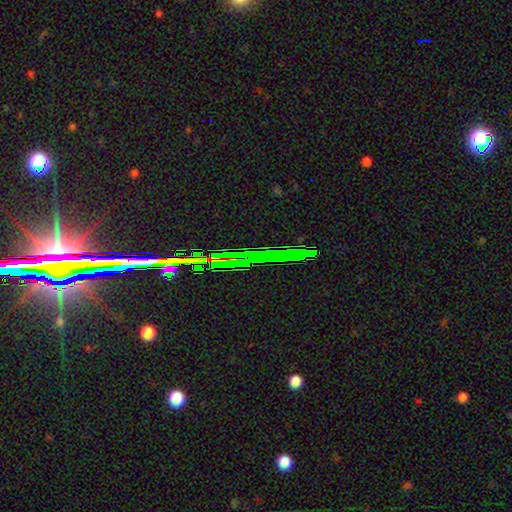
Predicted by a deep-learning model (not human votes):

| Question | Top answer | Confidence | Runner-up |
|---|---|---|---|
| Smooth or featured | star or artifact | 68% | smooth (18%) |